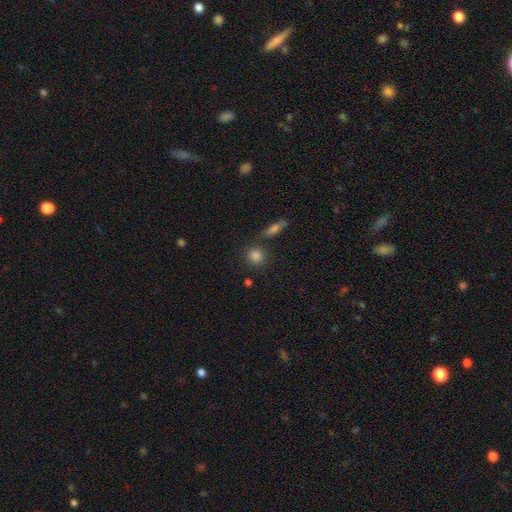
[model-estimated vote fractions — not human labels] smooth 84%, star or artifact 11%, featured or disk 6%. Down the decision tree: how rounded — round (86%); merging — none (79%).